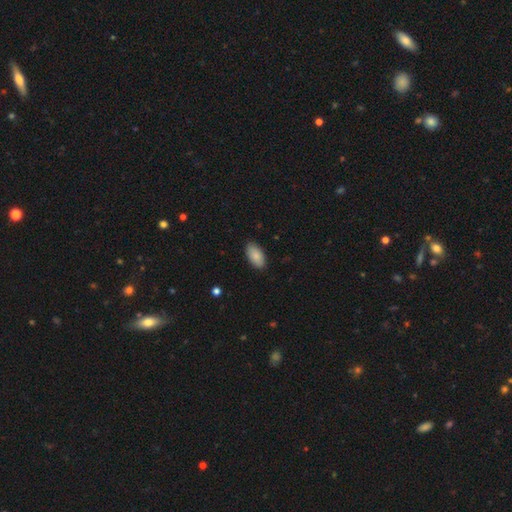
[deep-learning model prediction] The model was most divided on "merging": none: 88%, minor disturbance: 10%, major disturbance: 2%, merger: 1%. More confident: how rounded — in between (94%); smooth or featured — smooth (87%).